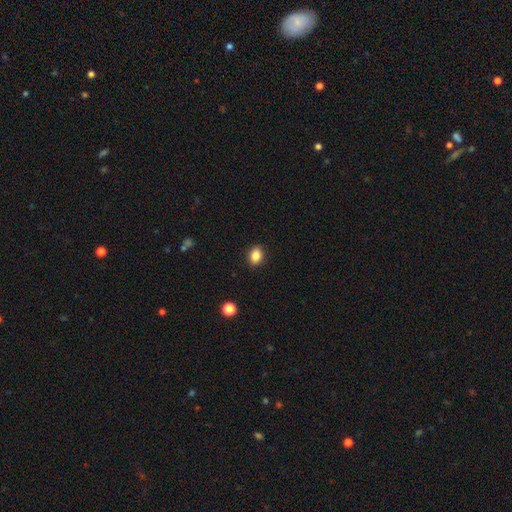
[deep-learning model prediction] Q: Smooth or featured?
A: smooth (85%); runner-up: star or artifact (10%)
Q: How rounded?
A: in between (63%); runner-up: round (36%)
Q: Merging?
A: none (89%); runner-up: minor disturbance (8%)